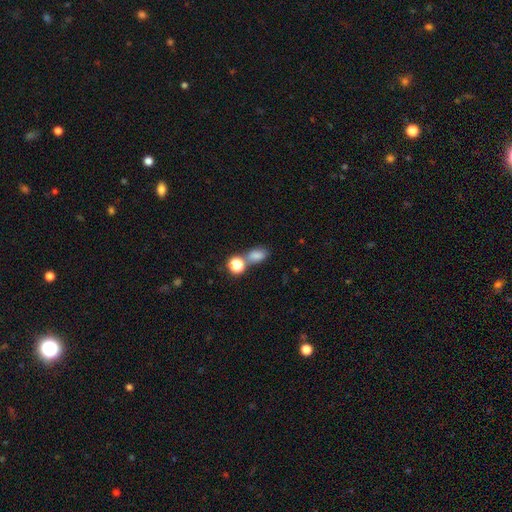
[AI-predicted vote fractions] Smooth or featured? Predicted: smooth (p=0.77). How rounded? Predicted: in between (p=0.74). Merging? Predicted: none (p=0.48).